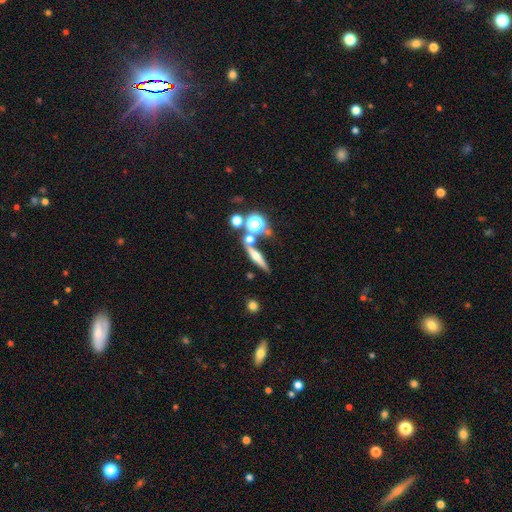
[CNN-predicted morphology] Smooth or featured? featured or disk (51%)
Edge-on disk? yes (88%)
Merging? none (70%)